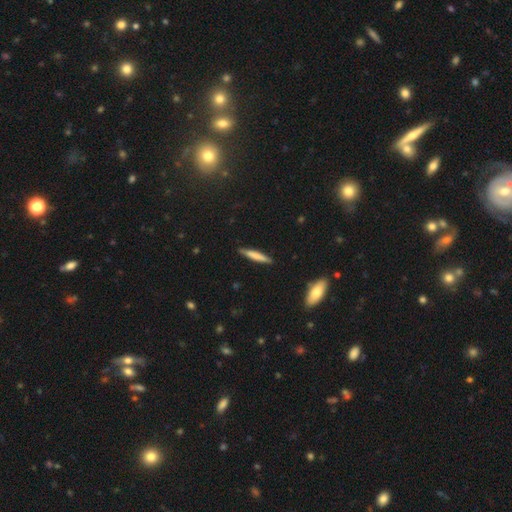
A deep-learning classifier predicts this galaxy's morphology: Q: Smooth or featured?
A: smooth (71%); runner-up: featured or disk (23%)
Q: How rounded?
A: cigar-shaped (93%); runner-up: in between (6%)
Q: Merging?
A: none (88%); runner-up: minor disturbance (9%)